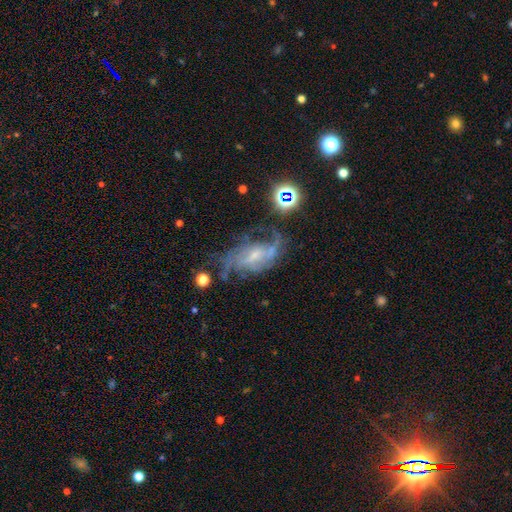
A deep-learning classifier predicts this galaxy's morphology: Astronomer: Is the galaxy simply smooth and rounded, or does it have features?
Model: featured or disk — 76%.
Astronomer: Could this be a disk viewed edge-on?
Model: no — 93%.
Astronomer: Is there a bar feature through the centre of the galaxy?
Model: weak — 47% (runner-up: no, 36%).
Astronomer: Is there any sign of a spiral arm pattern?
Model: yes — 88%.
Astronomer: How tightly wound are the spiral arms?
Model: medium — 44% (runner-up: tight, 30%).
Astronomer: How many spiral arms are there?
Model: can't tell — 36% (runner-up: 2, 33%).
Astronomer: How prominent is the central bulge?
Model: small — 58%.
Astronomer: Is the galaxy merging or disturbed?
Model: none — 53%.